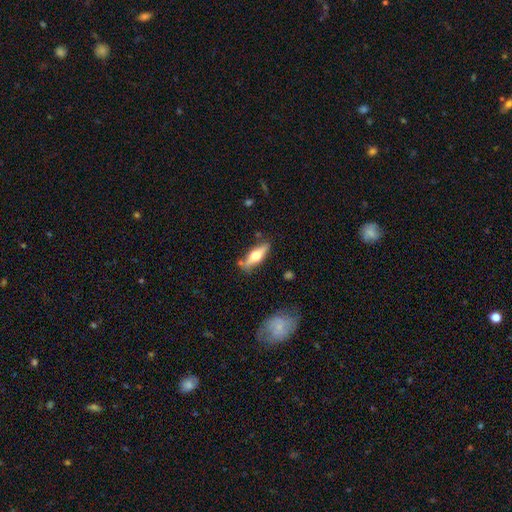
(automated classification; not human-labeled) This appears to be a featured or disk galaxy (51%) viewed edge-on (89%). Merging: none (76%).